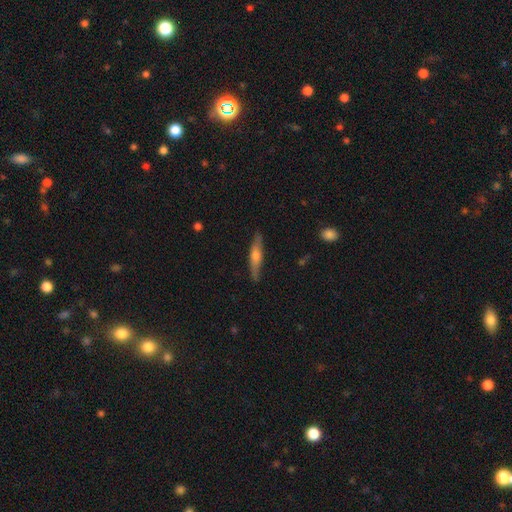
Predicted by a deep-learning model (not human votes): Smooth or featured: featured or disk — 60% (smooth — 33%)
Edge-on disk: yes — 94% (no — 6%)
Edge-on bulge: rounded — 85% (none — 8%)
Merging: none — 87% (minor disturbance — 10%)